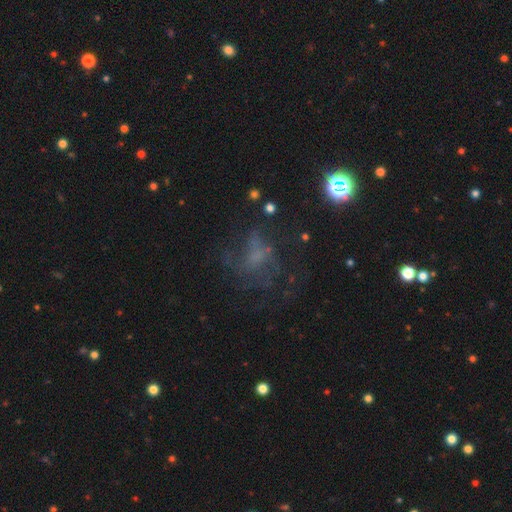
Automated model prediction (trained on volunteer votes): Smooth or featured? Predicted: featured or disk (p=0.45). Merging? Predicted: none (p=0.51).